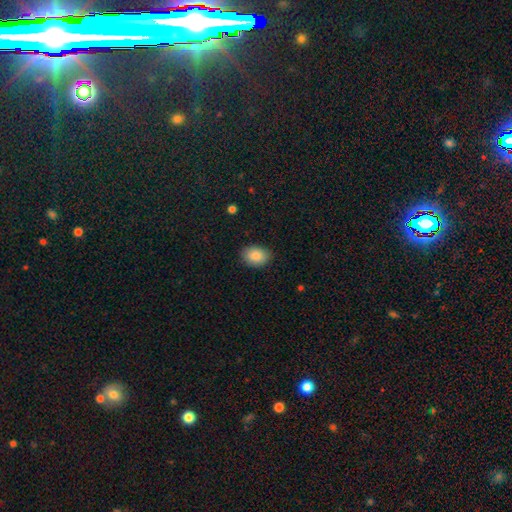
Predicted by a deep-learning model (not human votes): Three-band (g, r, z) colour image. It shows a smooth galaxy with no disk features (89%) that is in between round and cigar-shaped (73%). Merging: none (85%).